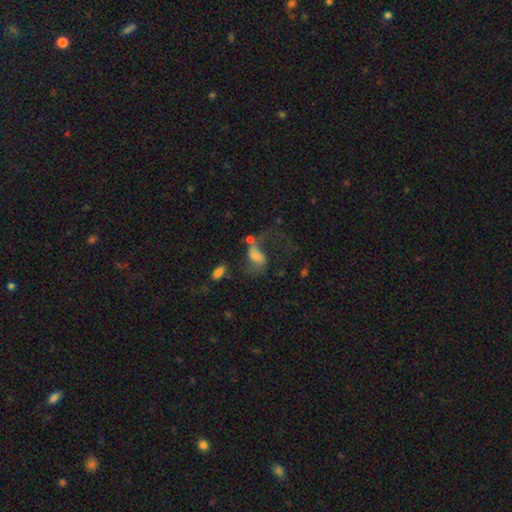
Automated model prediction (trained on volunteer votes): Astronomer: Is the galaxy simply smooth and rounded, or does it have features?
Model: featured or disk — 55% (runner-up: smooth, 32%).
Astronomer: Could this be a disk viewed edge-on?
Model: no — 96%.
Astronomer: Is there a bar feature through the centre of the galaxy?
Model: no — 48% (runner-up: weak, 38%).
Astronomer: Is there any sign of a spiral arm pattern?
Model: yes — 78%.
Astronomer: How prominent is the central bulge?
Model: moderate — 31% (runner-up: small, 28%).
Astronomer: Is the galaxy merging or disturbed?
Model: major disturbance — 35% (runner-up: none, 31%).